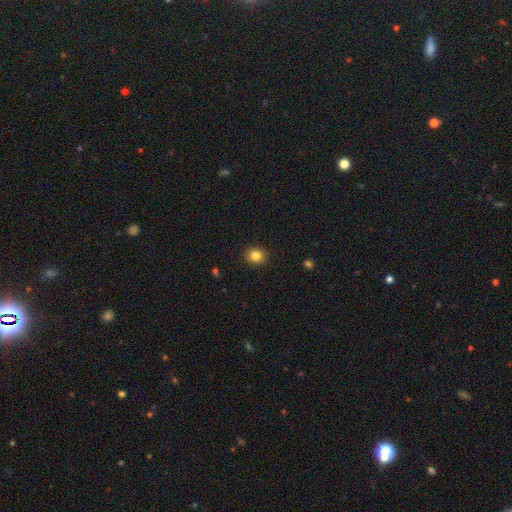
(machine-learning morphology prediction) smooth 84%, star or artifact 11%, featured or disk 5%. Down the decision tree: how rounded — round (78%); merging — none (91%).